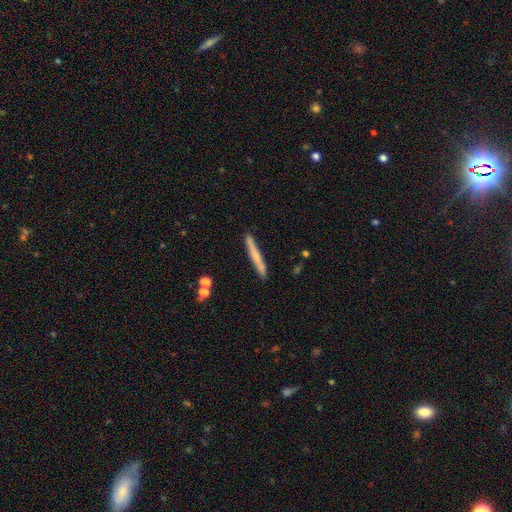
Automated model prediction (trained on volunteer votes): The model was most divided on "smooth or featured": smooth: 58%, featured or disk: 36%, star or artifact: 6%. More confident: how rounded — cigar-shaped (96%); merging — none (88%).